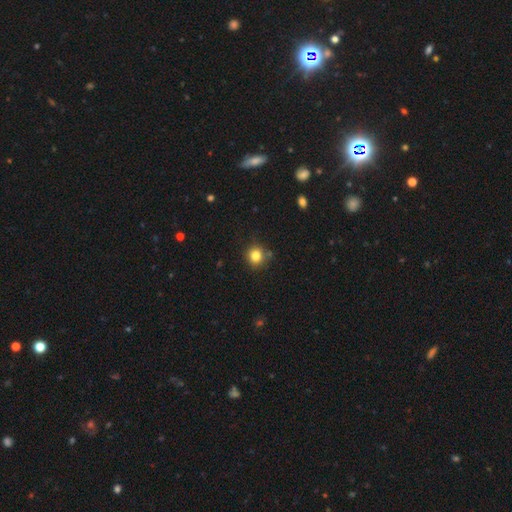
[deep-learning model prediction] This is clearly a smooth galaxy (82%). How rounded: clearly round (89%). Merging: clearly none (82%).